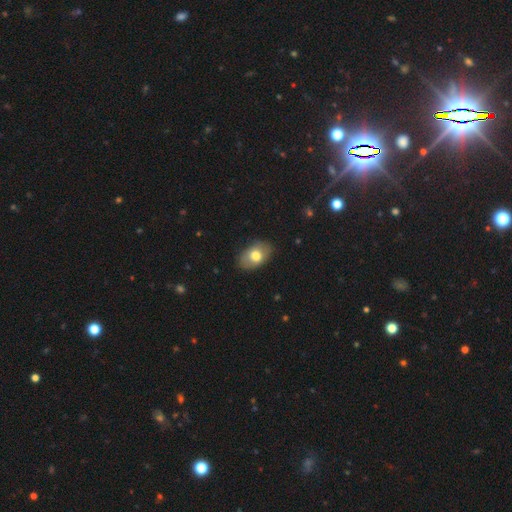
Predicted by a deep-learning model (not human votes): Smooth or featured? smooth (73%)
How rounded? in between (87%)
Merging? none (83%)